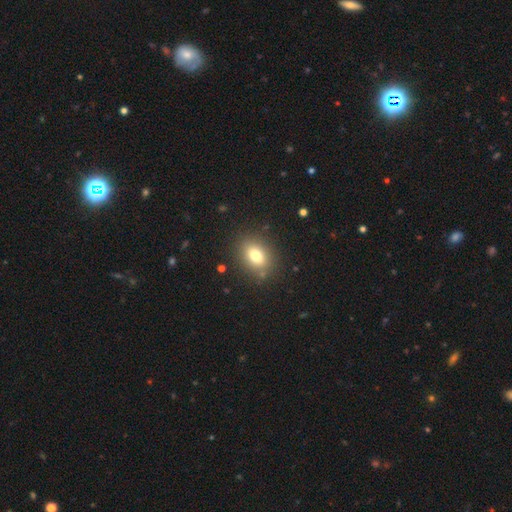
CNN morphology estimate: smooth-or-featured: smooth: 76% | featured or disk: 12% | star or artifact: 11%
  how-rounded: in between: 67% | round: 32% | cigar-shaped: 1%
  merging: none: 85% | minor disturbance: 10% | major disturbance: 3% | merger: 2%